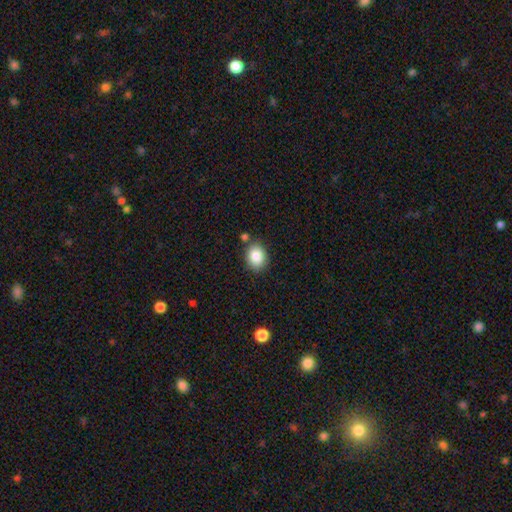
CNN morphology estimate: Smooth or featured? smooth (87%)
How rounded? in between (55%)
Merging? none (79%)